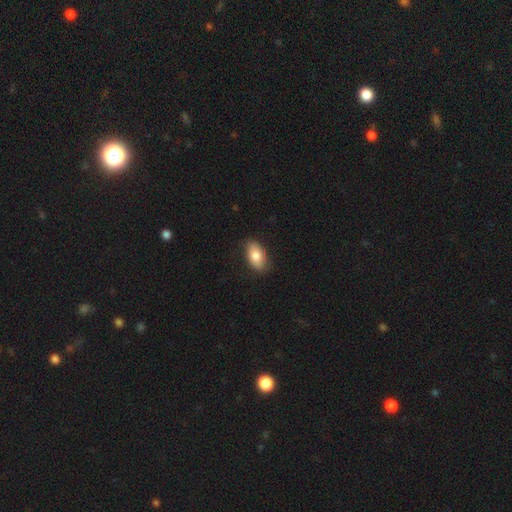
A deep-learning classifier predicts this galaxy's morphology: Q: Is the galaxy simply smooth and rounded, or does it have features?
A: smooth — 81%.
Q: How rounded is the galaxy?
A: in between — 92%.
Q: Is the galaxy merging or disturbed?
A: none — 83%.